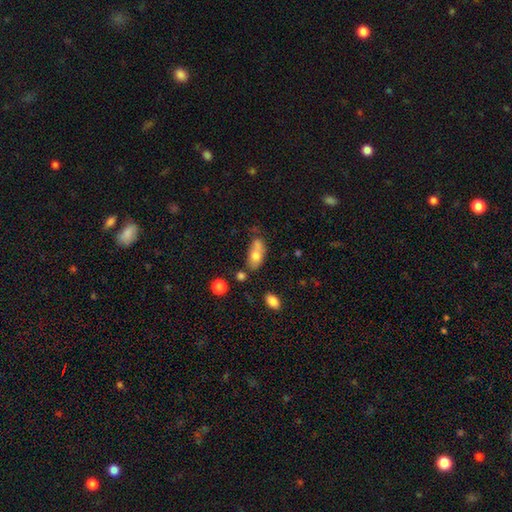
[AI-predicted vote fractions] Morphology: type=smooth (68%); roundness=in between (84%); merging=none (42%).